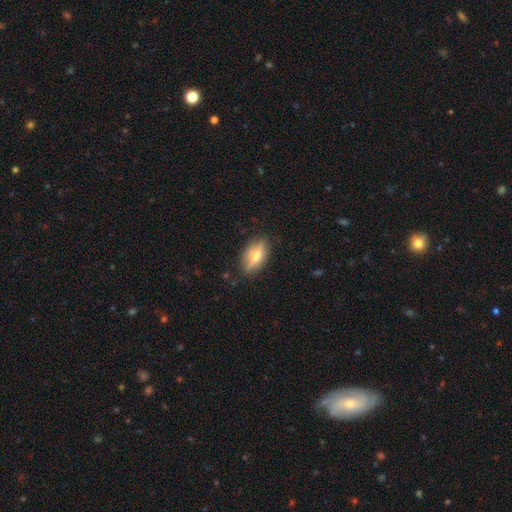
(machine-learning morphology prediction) Overall: smooth (46%, tied with featured or disk). Merging: none (83%).